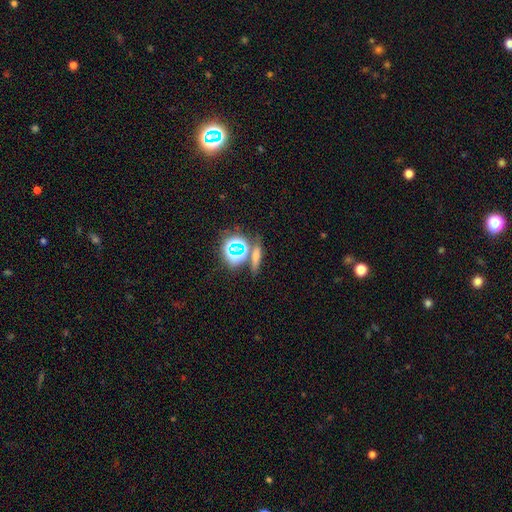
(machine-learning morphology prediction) Overall: smooth (50%; star or artifact 33%). Merging: none (72%).